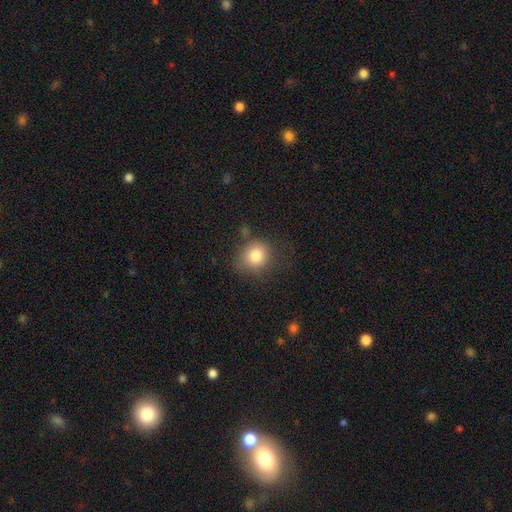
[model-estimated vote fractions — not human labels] smooth-or-featured: smooth: 82% | star or artifact: 10% | featured or disk: 8%
  how-rounded: round: 74% | in between: 25% | cigar-shaped: 1%
  merging: none: 69% | minor disturbance: 19% | major disturbance: 7% | merger: 5%